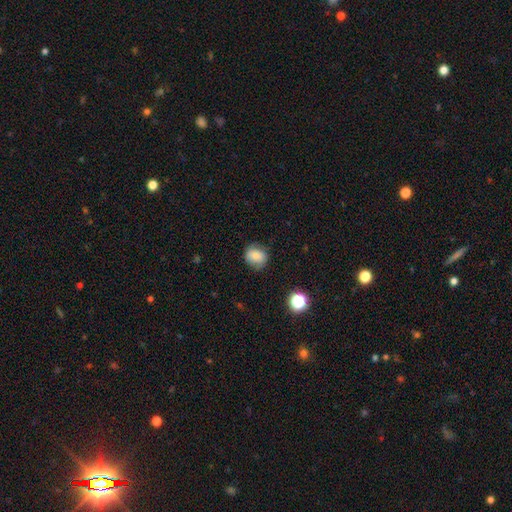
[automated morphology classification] type=smooth (76%); roundness=round (70%); merging=none (74%).